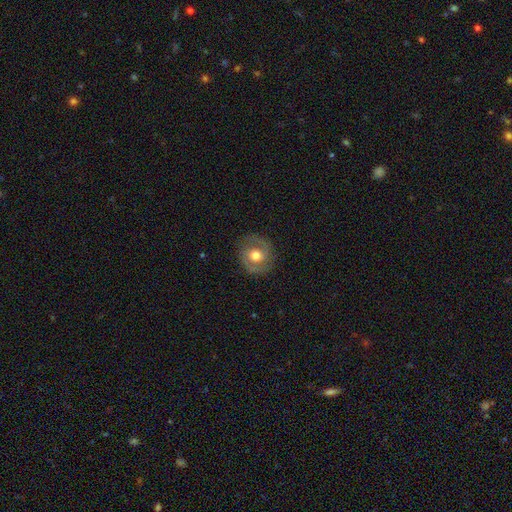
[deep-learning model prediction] Smooth or featured: featured or disk — 58% (smooth — 34%)
Edge-on disk: no — 96% (yes — 4%)
Bar: no — 63% (weak — 30%)
Spiral arms: yes — 71% (no — 29%)
Bulge size: moderate — 71% (large — 20%)
Merging: none — 82% (minor disturbance — 12%)